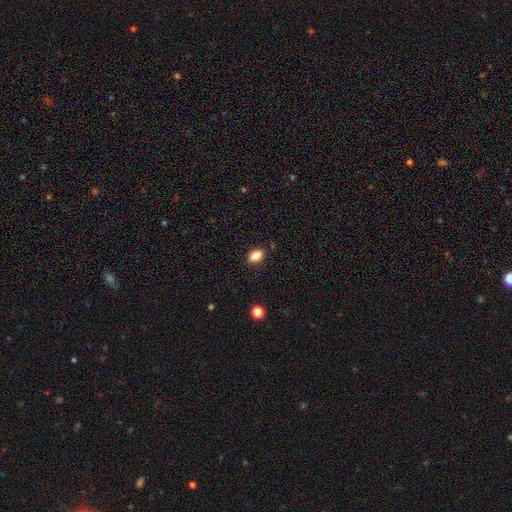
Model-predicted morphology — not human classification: This appears to be a smooth galaxy with no disk features (84%) that is in between round and cigar-shaped (85%). Merging: none (87%).